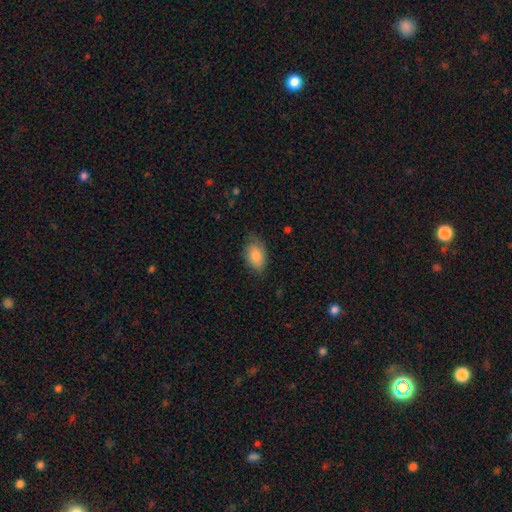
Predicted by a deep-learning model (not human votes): A smooth galaxy with no disk features (83%) that is in between round and cigar-shaped (91%).

Vote fractions:
- Smooth or featured? smooth: 83% / featured or disk: 10% / star or artifact: 7%
- How rounded? in between: 91% / round: 7% / cigar-shaped: 2%
- Merging? none: 68% / minor disturbance: 25% / major disturbance: 5% / merger: 1%